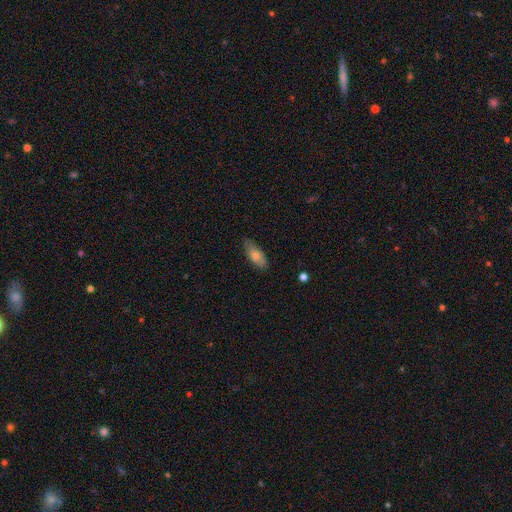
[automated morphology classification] Smooth or featured? Predicted: smooth (p=0.70). How rounded? Predicted: in between (p=0.81). Merging? Predicted: none (p=0.76).